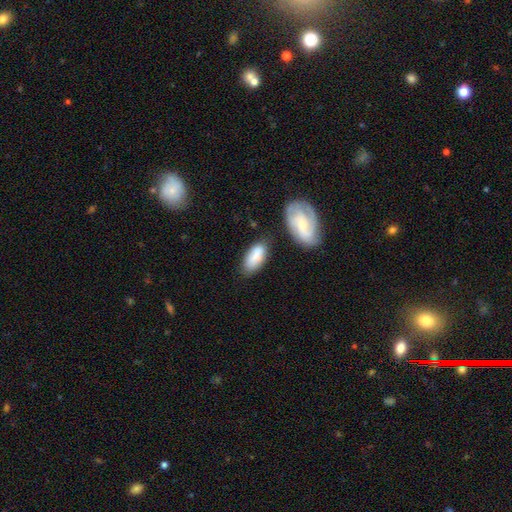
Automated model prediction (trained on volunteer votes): Morphology: type=smooth (79%); roundness=in between (85%); merging=none (58%).